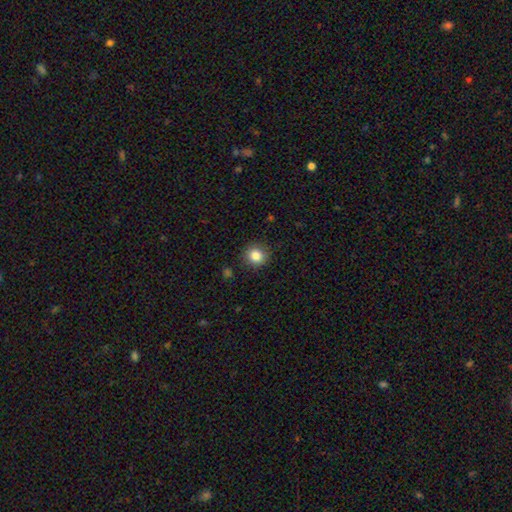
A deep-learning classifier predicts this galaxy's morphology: A smooth galaxy with no disk features (84%) that is round (90%). Merging: none (89%).